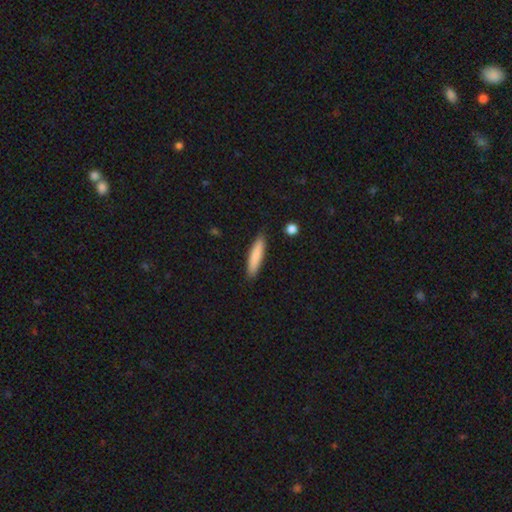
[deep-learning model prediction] smooth 81%, featured or disk 13%, star or artifact 6%. Down the decision tree: how rounded — cigar-shaped (82%); merging — none (86%).